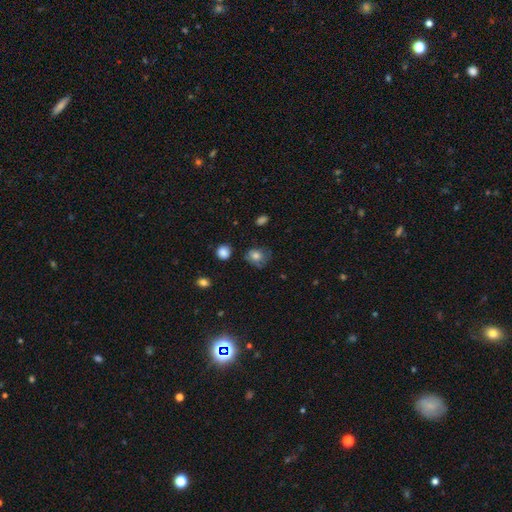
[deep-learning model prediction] A smooth galaxy with no disk features (72%) that is round (63%).

Vote fractions:
- Smooth or featured? smooth: 72% / featured or disk: 17% / star or artifact: 11%
- How rounded? round: 63% / in between: 36% / cigar-shaped: 1%
- Merging? none: 58% / minor disturbance: 28% / major disturbance: 11% / merger: 2%